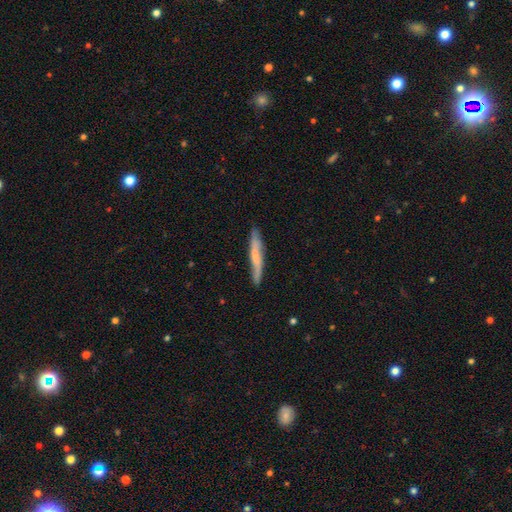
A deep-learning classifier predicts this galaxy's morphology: smooth-or-featured: featured or disk: 52% | smooth: 42% | star or artifact: 6%
  disk-edge-on: yes: 77% | no: 23%
  merging: none: 76% | minor disturbance: 19% | major disturbance: 3% | merger: 2%